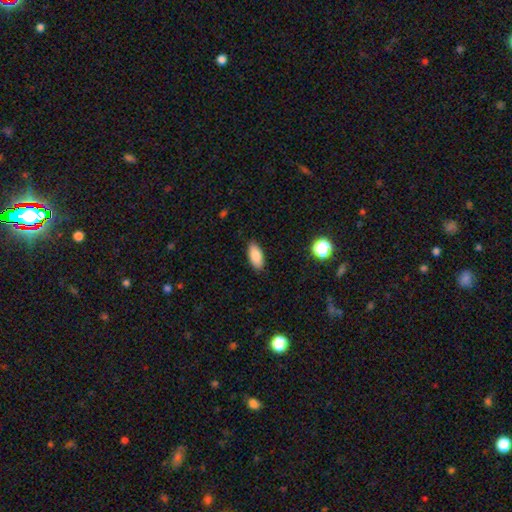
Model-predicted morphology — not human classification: smooth_or_featured: smooth (p=0.86) [alt: star or artifact p=0.08]
how_rounded: in between (p=0.87) [alt: cigar-shaped p=0.11]
merging: none (p=0.87) [alt: minor disturbance p=0.10]